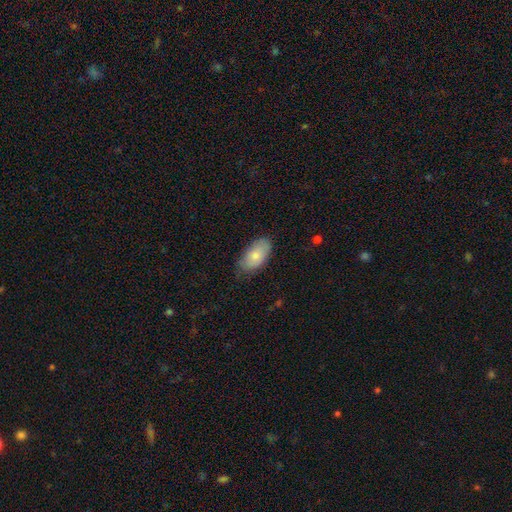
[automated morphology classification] type=smooth (79%); roundness=in between (94%); merging=none (72%).